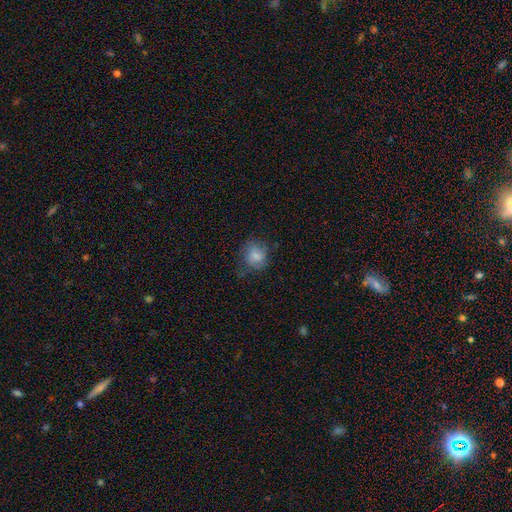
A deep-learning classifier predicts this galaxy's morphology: Smooth or featured? Predicted: smooth (p=0.74). How rounded? Predicted: round (p=0.71). Merging? Predicted: none (p=0.58).